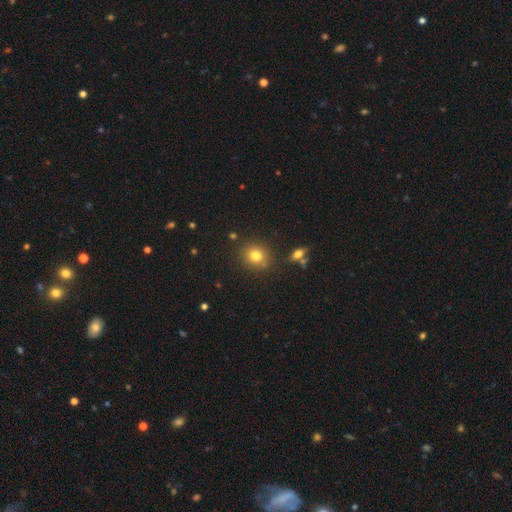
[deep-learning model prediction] Morphology: type=smooth (79%); roundness=round (74%); merging=none (82%).